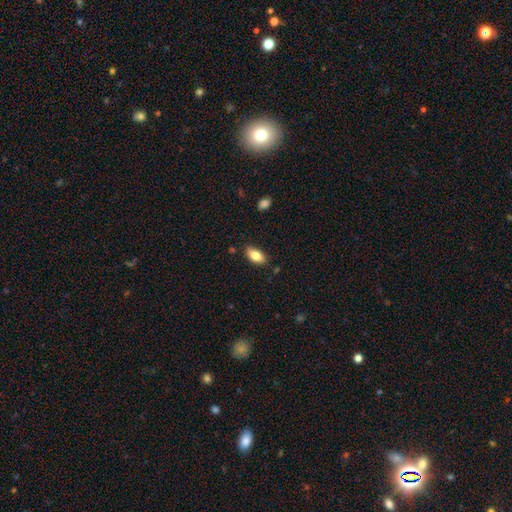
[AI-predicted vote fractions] Smooth or featured? smooth (81%)
How rounded? in between (90%)
Merging? none (84%)